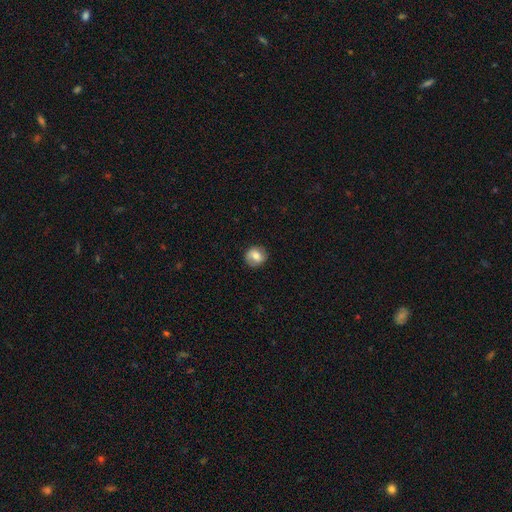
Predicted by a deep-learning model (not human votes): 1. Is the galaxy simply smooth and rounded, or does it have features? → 66% smooth, 25% featured or disk, 9% star or artifact.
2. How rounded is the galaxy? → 84% round, 15% in between, 1% cigar-shaped.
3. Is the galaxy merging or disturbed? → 85% none, 11% minor disturbance, 3% major disturbance, 1% merger.